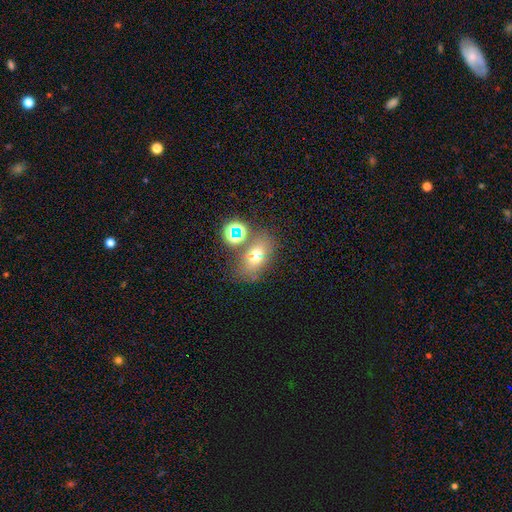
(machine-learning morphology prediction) Q: Smooth or featured?
A: smooth (61%); runner-up: star or artifact (20%)
Q: How rounded?
A: in between (75%); runner-up: round (22%)
Q: Merging?
A: none (59%); runner-up: merger (18%)